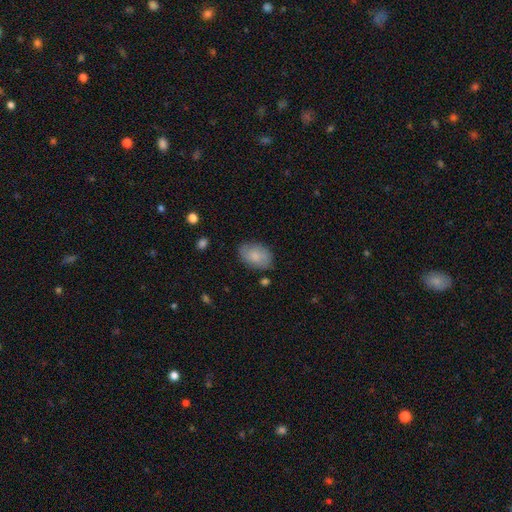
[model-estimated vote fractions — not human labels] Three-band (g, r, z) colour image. It shows a smooth galaxy with no disk features (81%) that is in between round and cigar-shaped (88%). Merging: none (80%).